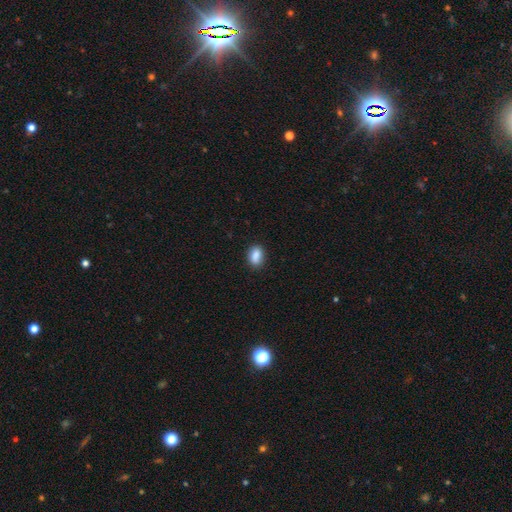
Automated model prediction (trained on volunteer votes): Overall: smooth (86%). How rounded: in between (78%). Merging: none (83%).